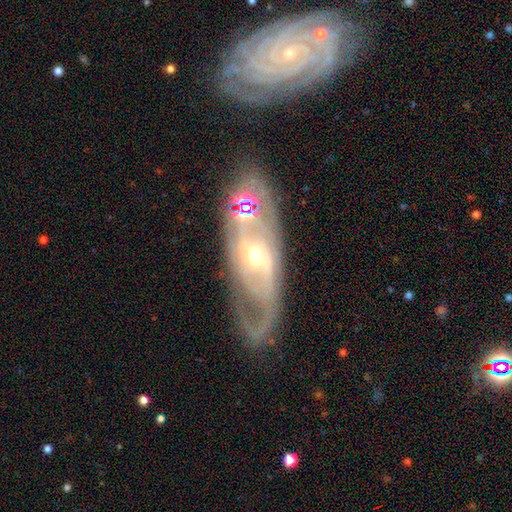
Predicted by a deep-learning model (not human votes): Smooth or featured? Predicted: featured or disk (p=0.81). Edge-on disk? Predicted: no (p=0.88). Bar? Predicted: no (p=0.52). Spiral arms? Predicted: yes (p=0.81). Spiral winding? Predicted: tight (p=0.44). Spiral arm count? Predicted: 2 (p=0.54). Bulge size? Predicted: small (p=0.51). Merging? Predicted: none (p=0.70).